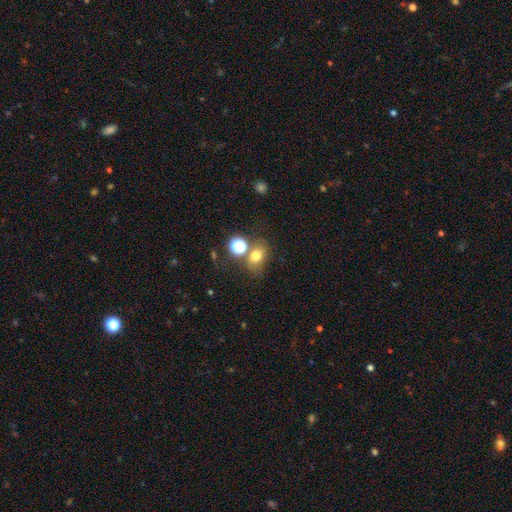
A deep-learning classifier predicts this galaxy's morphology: A smooth galaxy with no disk features (71%) that is in between round and cigar-shaped (54%). Merging: none (59%).